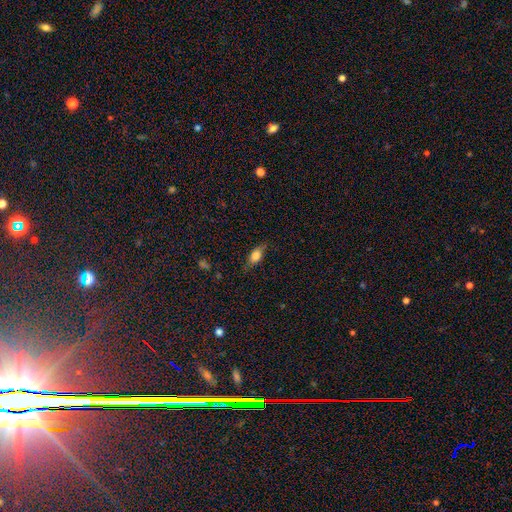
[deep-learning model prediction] This is likely a smooth galaxy (72%). How rounded: likely in between (79%). Merging: likely none (72%).